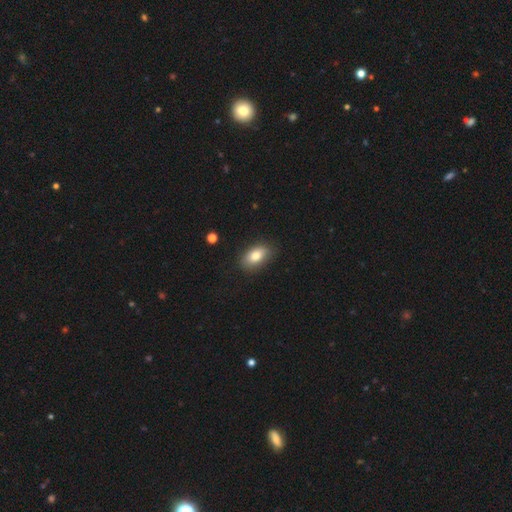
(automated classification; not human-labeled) This appears to be a smooth galaxy with no disk features (81%) that is in between round and cigar-shaped (90%). Merging: none (84%).